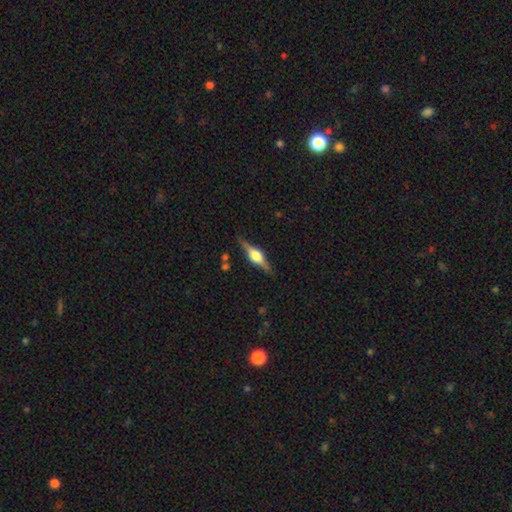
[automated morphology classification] type=featured or disk (78%); edge-on=yes (97%); edge-on bulge=rounded (91%); merging=none (87%).